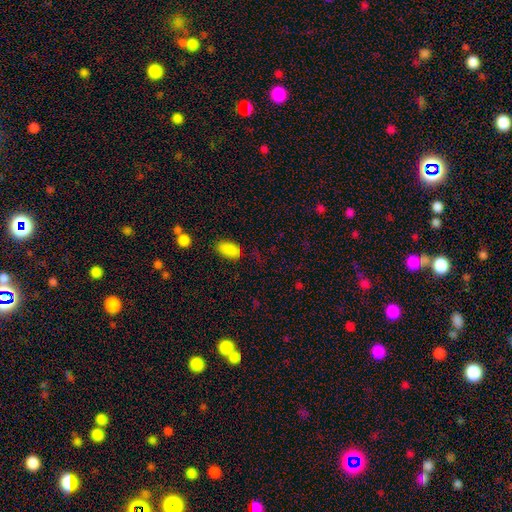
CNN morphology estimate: smooth-or-featured: smooth: 78% | star or artifact: 17% | featured or disk: 5%
  how-rounded: in between: 89% | round: 7% | cigar-shaped: 4%
  merging: none: 74% | minor disturbance: 17% | major disturbance: 6% | merger: 3%